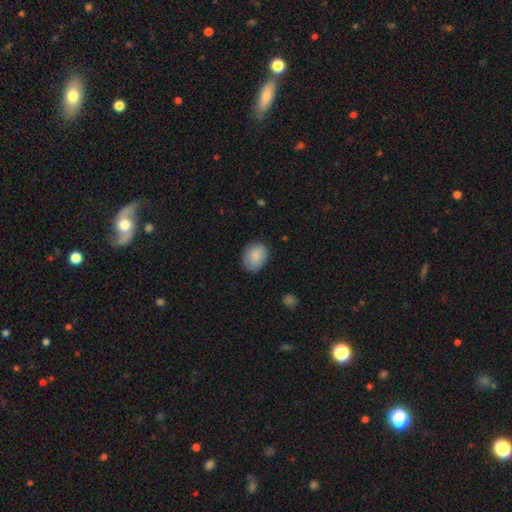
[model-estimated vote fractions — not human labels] Smooth or featured? Predicted: smooth (p=0.88). How rounded? Predicted: in between (p=0.64). Merging? Predicted: none (p=0.81).